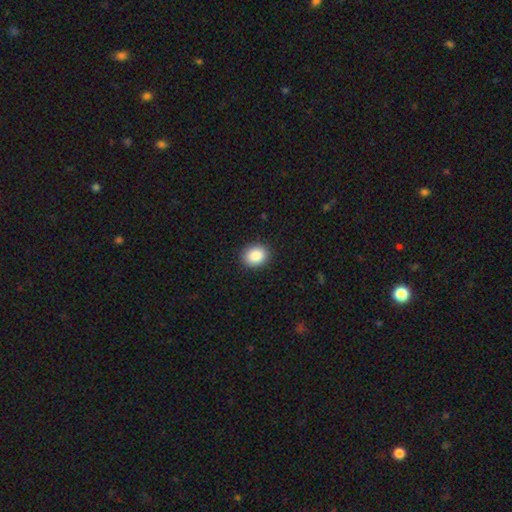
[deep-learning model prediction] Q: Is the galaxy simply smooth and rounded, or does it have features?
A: smooth — 88%.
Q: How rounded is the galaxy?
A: round — 57%.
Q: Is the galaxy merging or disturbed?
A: none — 90%.